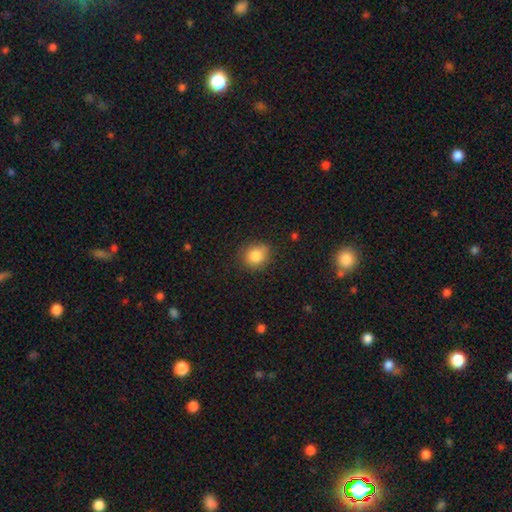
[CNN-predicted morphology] This appears to be a smooth galaxy with no disk features (84%) that is round (80%). Merging: none (80%).